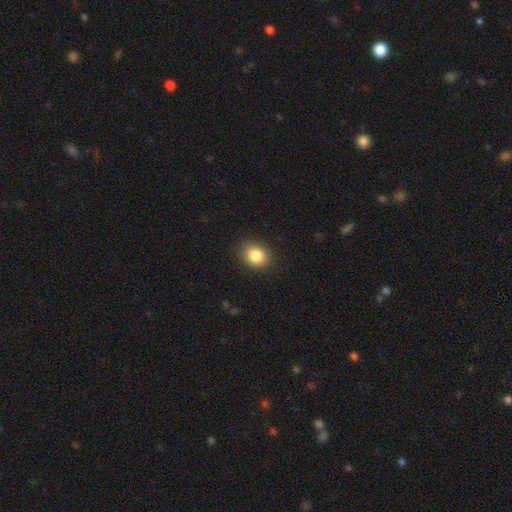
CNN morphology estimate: Smooth or featured? smooth (84%)
How rounded? round (52%)
Merging? none (85%)